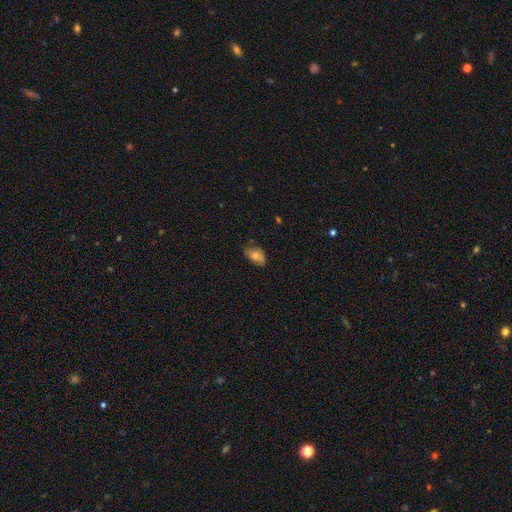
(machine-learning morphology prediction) This appears to be a smooth galaxy with no disk features (68%) that is in between round and cigar-shaped (86%). Merging: none (67%).